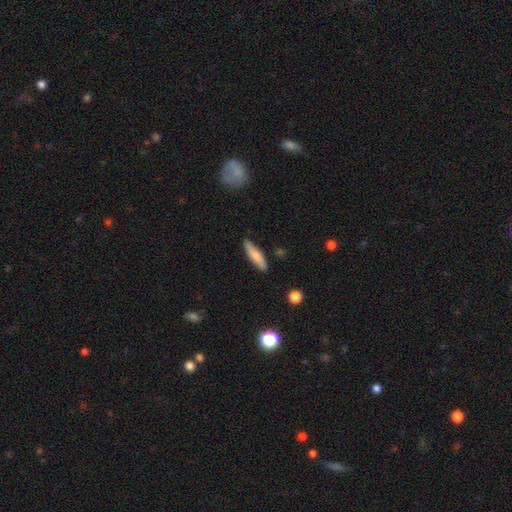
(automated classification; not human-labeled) This is likely a smooth galaxy (79%). How rounded: likely cigar-shaped (72%). Merging: clearly none (85%).